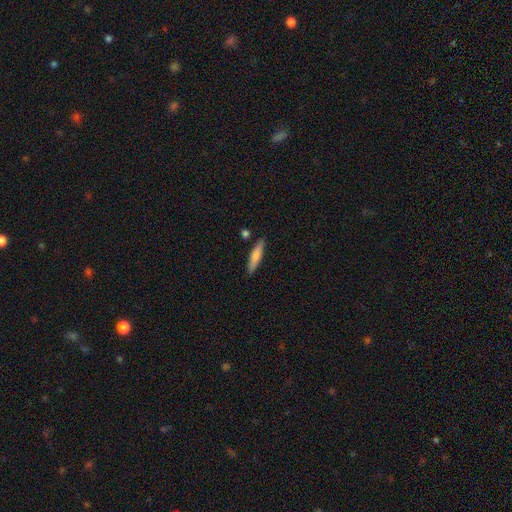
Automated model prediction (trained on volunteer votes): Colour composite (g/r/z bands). It shows a smooth galaxy with no disk features (73%) that is cigar-shaped (83%). Merging: none (85%).